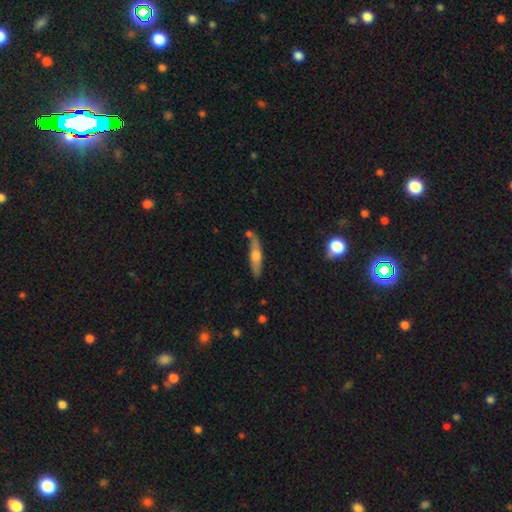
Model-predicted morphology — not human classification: A featured or disk galaxy (47%, tied with smooth). Merging: none (66%).